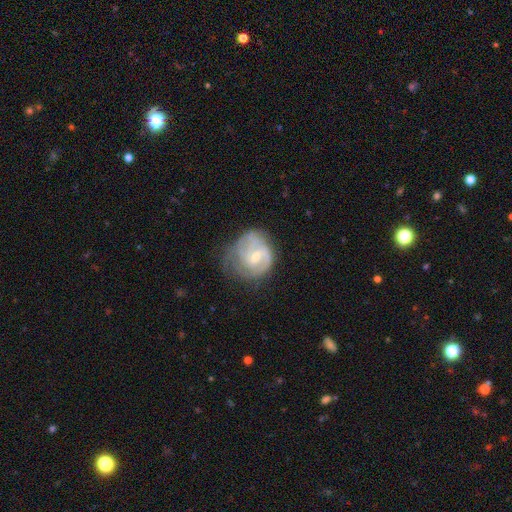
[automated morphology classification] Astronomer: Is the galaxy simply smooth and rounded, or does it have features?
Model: featured or disk — 80%.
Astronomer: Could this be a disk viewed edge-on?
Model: no — 98%.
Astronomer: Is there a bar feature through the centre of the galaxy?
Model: weak — 50% (runner-up: no, 40%).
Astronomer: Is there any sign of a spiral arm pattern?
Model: yes — 93%.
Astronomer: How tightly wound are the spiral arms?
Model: tight — 50% (runner-up: medium, 38%).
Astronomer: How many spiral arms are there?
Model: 2 — 42% (runner-up: can't tell, 26%).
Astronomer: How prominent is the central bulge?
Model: small — 60% (runner-up: moderate, 36%).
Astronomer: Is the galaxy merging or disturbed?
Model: none — 50% (runner-up: minor disturbance, 28%).